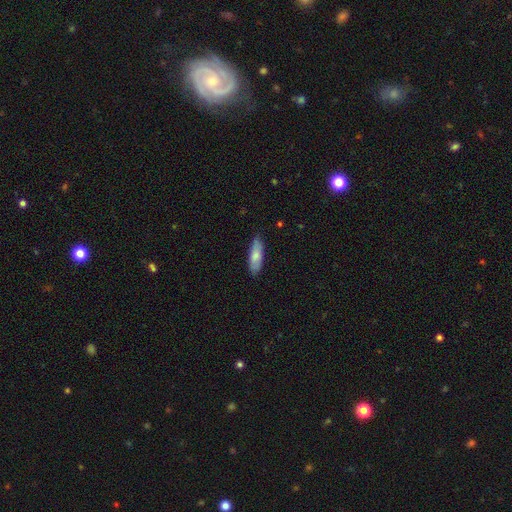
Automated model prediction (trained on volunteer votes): Smooth or featured: smooth — 75% (featured or disk — 19%)
How rounded: in between — 57% (cigar-shaped — 41%)
Merging: none — 78% (minor disturbance — 19%)